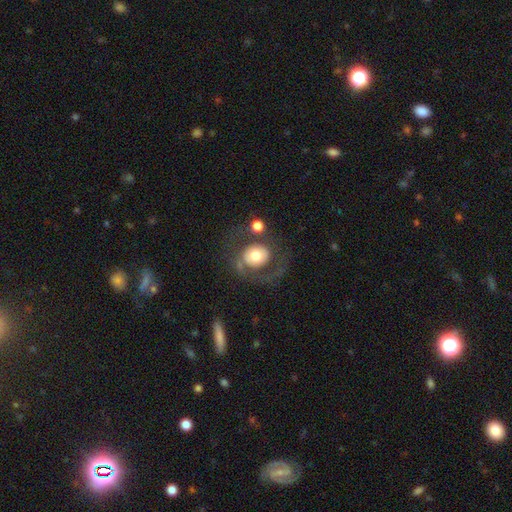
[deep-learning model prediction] Smooth or featured?
  - smooth: 50% *
  - featured or disk: 42%
  - star or artifact: 8%
How rounded?
  - round: 74% *
  - in between: 25%
  - cigar-shaped: 1%
Merging?
  - none: 47% *
  - major disturbance: 27%
  - minor disturbance: 16%
  - merger: 11%